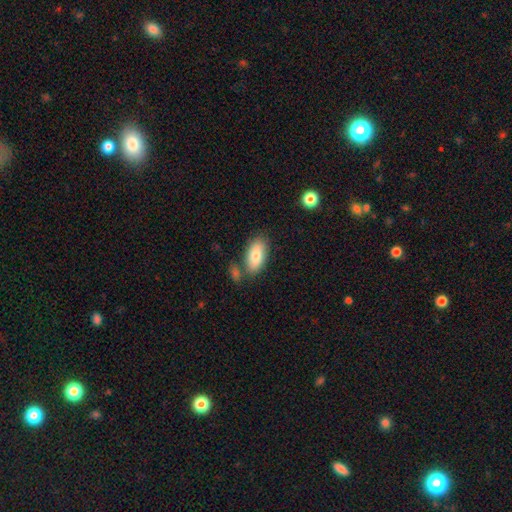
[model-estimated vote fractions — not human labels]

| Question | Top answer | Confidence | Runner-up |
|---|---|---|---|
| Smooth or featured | smooth | 79% | featured or disk (14%) |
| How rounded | in between | 91% | cigar-shaped (6%) |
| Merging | none | 69% | minor disturbance (15%) |